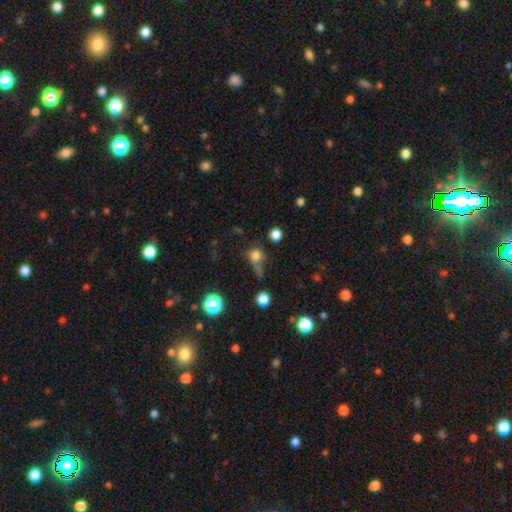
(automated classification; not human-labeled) Smooth or featured? Predicted: smooth (p=0.72). How rounded? Predicted: round (p=0.78). Merging? Predicted: none (p=0.43).